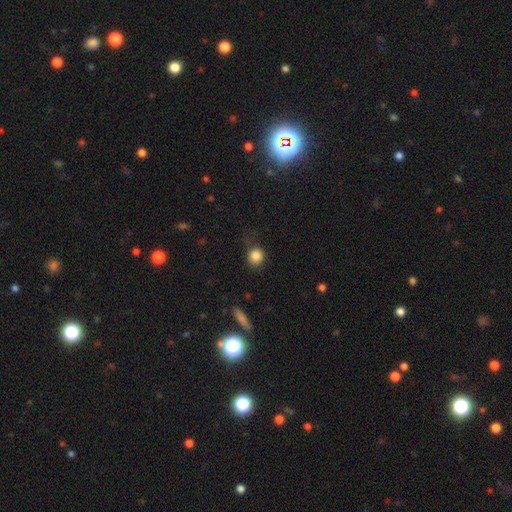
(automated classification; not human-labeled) Smooth or featured? Predicted: smooth (p=0.84). How rounded? Predicted: round (p=0.79). Merging? Predicted: none (p=0.66).